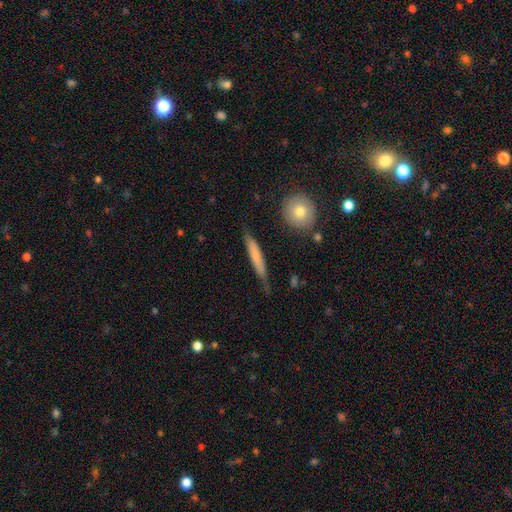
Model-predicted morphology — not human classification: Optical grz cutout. It shows a smooth galaxy with no disk features (62%) that is cigar-shaped (92%). Merging: none (73%).